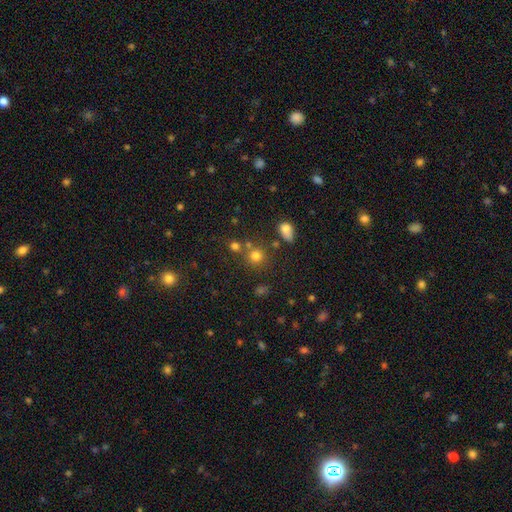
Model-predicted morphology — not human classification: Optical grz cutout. It shows a smooth galaxy with no disk features (73%) that is round (87%). Merging: none (66%).